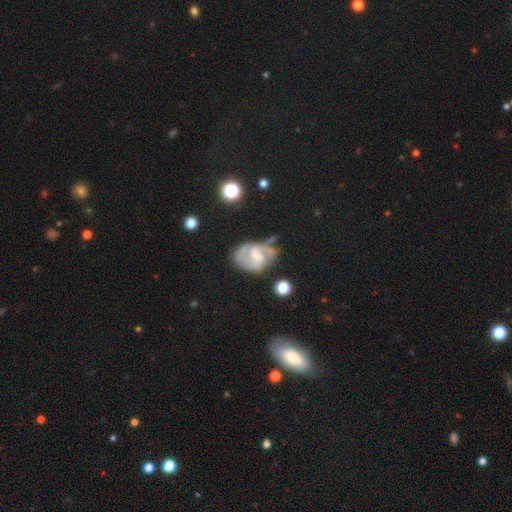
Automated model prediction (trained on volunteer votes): Overall: featured or disk (74%). Edge-on disk: no (97%). Bar: weak (50%; no 38%). Spiral arms: yes (85%). Spiral arm count: 2 (53%; can't tell 23%). Spiral winding: medium (48%; tight 27%). Bulge size: small (43%; moderate 34%). Merging: none (44%; minor disturbance 27%).